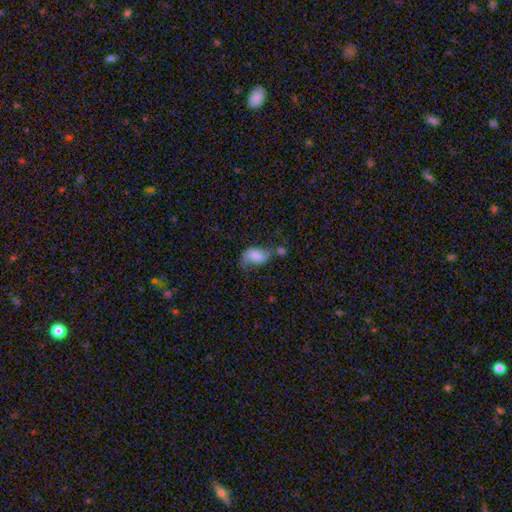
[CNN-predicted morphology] Overall: smooth (55%; featured or disk 35%). How rounded: in between (88%). Merging: none (35%; minor disturbance 27%).